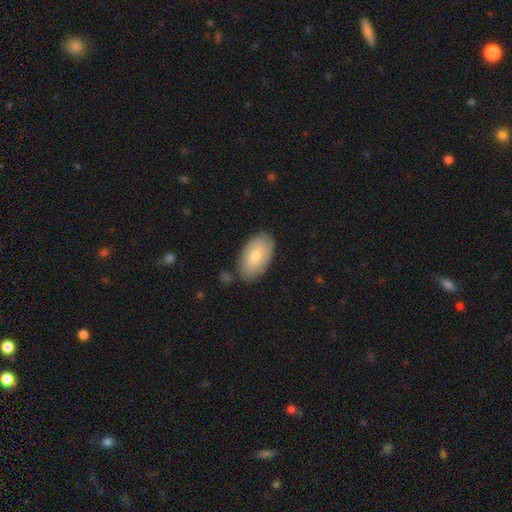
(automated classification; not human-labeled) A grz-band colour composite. It shows a smooth galaxy with no disk features (75%) that is in between round and cigar-shaped (95%). Merging: none (79%).